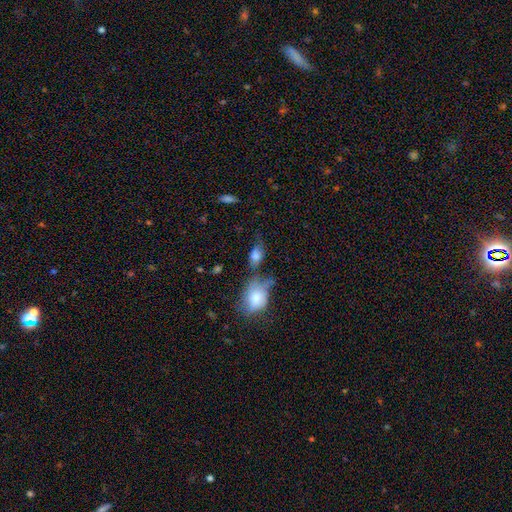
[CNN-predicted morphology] smooth-or-featured: smooth: 71% | featured or disk: 19% | star or artifact: 10%
  how-rounded: in between: 82% | round: 14% | cigar-shaped: 4%
  merging: none: 38% | minor disturbance: 24% | merger: 22% | major disturbance: 15%